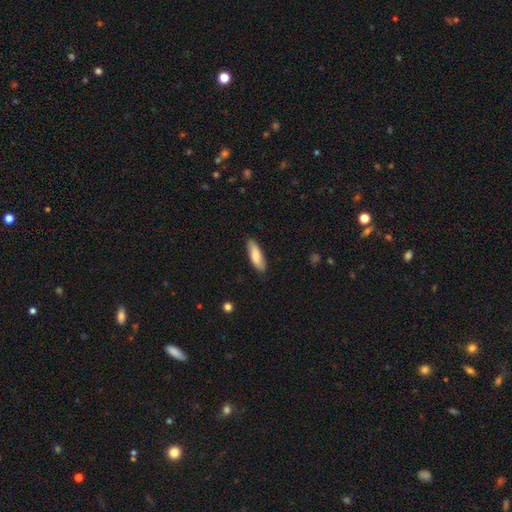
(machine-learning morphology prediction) This appears to be a smooth galaxy with no disk features (77%) that is in between round and cigar-shaped (52%). Merging: none (84%).